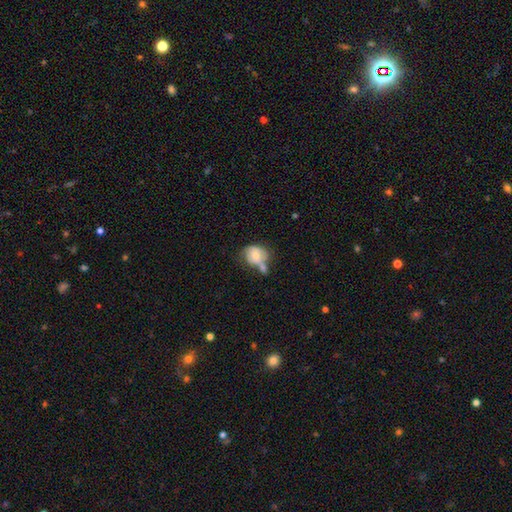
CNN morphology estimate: Smooth or featured: smooth — 59% (featured or disk — 33%)
How rounded: round — 58% (in between — 41%)
Merging: merger — 39% (none — 30%)